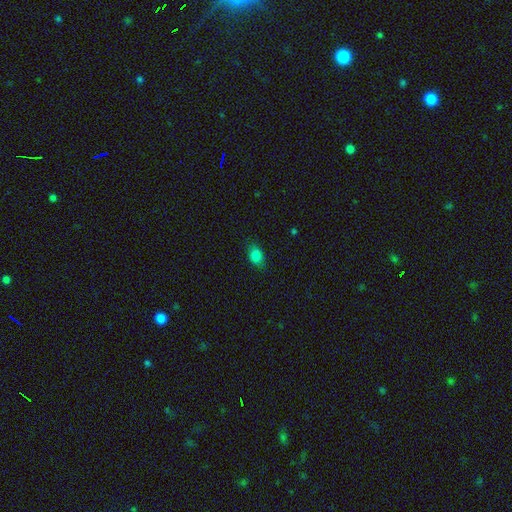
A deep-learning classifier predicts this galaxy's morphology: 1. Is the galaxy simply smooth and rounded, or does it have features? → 84% smooth, 11% star or artifact, 5% featured or disk.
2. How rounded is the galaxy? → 73% in between, 25% round, 2% cigar-shaped.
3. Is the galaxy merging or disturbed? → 80% none, 16% minor disturbance, 3% major disturbance, 1% merger.